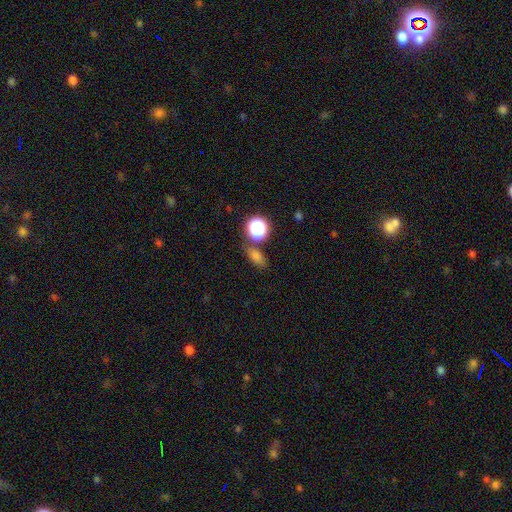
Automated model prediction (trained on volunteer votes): A smooth galaxy with no disk features (73%) that is in between round and cigar-shaped (67%).

Vote fractions:
- Smooth or featured? smooth: 73% / star or artifact: 20% / featured or disk: 8%
- How rounded? in between: 67% / round: 25% / cigar-shaped: 8%
- Merging? none: 70% / minor disturbance: 13% / merger: 12% / major disturbance: 5%